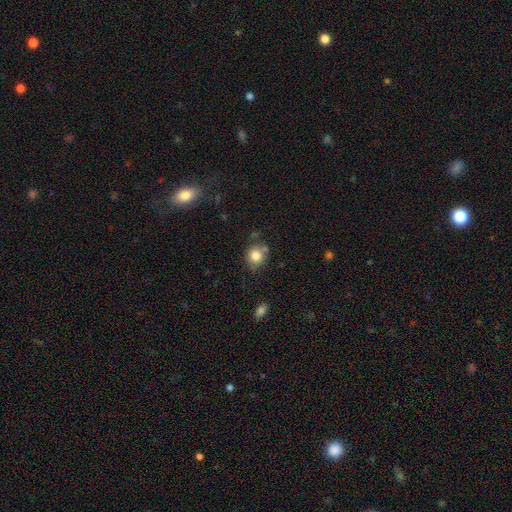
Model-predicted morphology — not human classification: This is clearly a smooth galaxy (81%). How rounded: likely round (75%). Merging: likely none (66%).